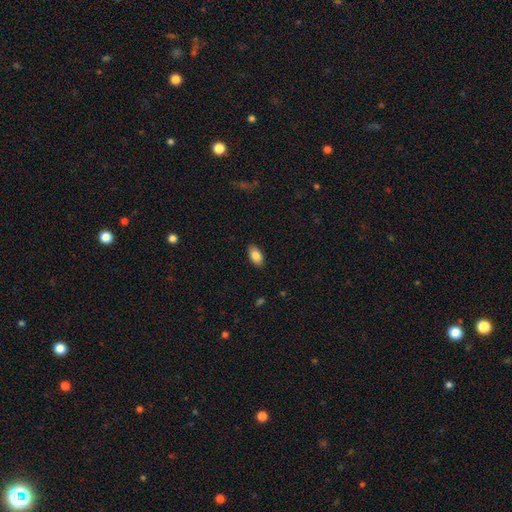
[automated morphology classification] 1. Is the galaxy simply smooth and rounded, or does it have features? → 86% smooth, 7% star or artifact, 7% featured or disk.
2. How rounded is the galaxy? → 93% in between, 4% round, 3% cigar-shaped.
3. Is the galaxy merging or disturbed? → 88% none, 9% minor disturbance, 2% major disturbance, 1% merger.